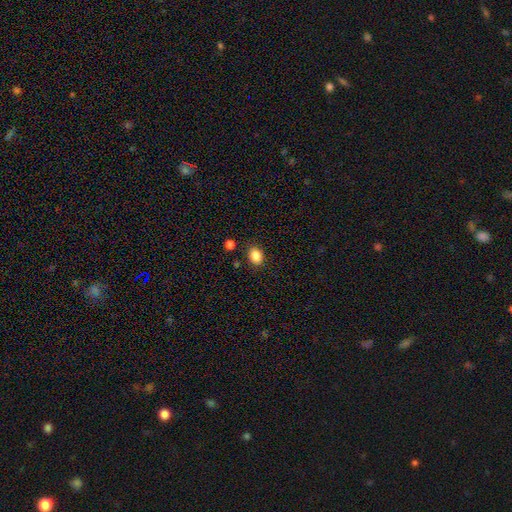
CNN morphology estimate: This appears to be a smooth galaxy with no disk features (86%) that is in between round and cigar-shaped (63%). Merging: none (85%).